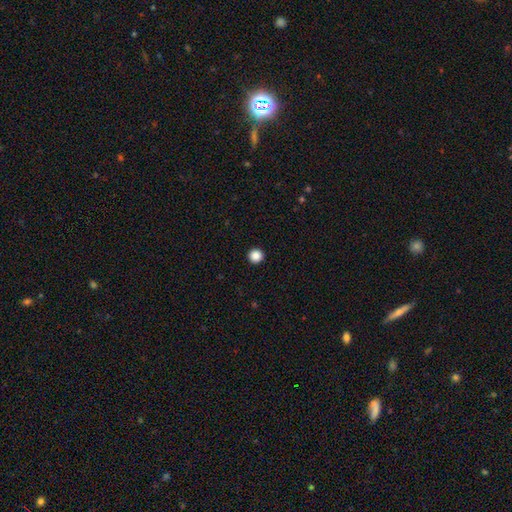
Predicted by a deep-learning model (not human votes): Smooth or featured?
  - smooth: 87% *
  - star or artifact: 10%
  - featured or disk: 3%
How rounded?
  - round: 96% *
  - in between: 3%
  - cigar-shaped: 1%
Merging?
  - none: 94% *
  - minor disturbance: 4%
  - major disturbance: 1%
  - merger: 1%